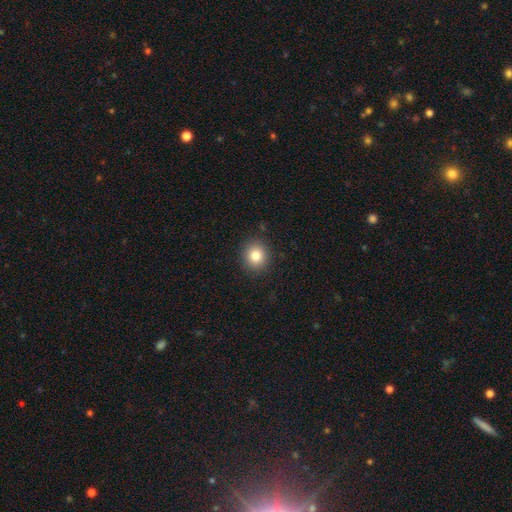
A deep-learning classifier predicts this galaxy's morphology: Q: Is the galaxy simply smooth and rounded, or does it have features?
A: smooth — 83%.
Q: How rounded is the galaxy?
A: round — 84%.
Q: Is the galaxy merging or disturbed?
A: none — 90%.